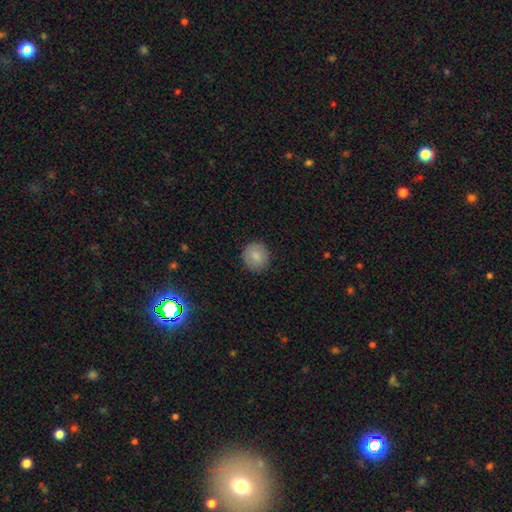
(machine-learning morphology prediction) Smooth or featured?
  - smooth: 85% *
  - star or artifact: 8%
  - featured or disk: 7%
How rounded?
  - round: 91% *
  - in between: 8%
  - cigar-shaped: 1%
Merging?
  - none: 89% *
  - minor disturbance: 8%
  - major disturbance: 2%
  - merger: 1%